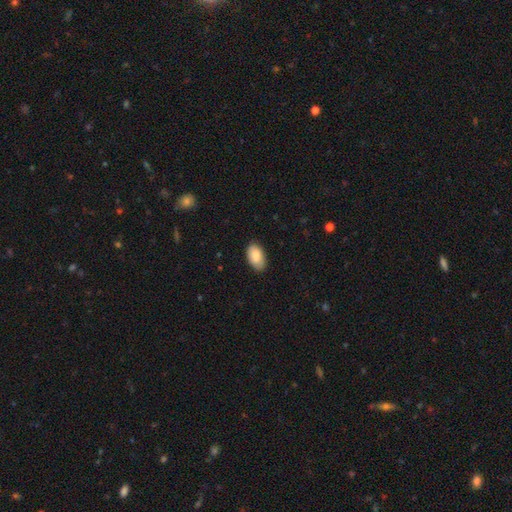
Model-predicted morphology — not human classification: Overall: smooth (85%). How rounded: in between (95%). Merging: none (87%).